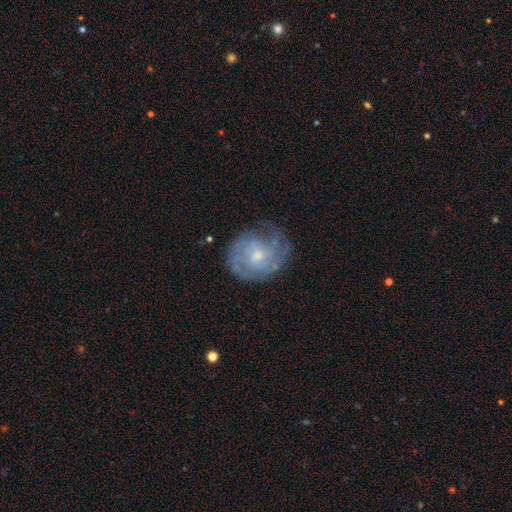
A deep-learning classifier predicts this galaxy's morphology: Smooth or featured?
  - featured or disk: 78% *
  - smooth: 16%
  - star or artifact: 6%
Edge-on disk?
  - no: 98% *
  - yes: 2%
Bar?
  - no: 67% *
  - weak: 30%
  - strong: 4%
Spiral arms?
  - yes: 90% *
  - no: 10%
Spiral winding?
  - tight: 61% *
  - medium: 30%
  - loose: 9%
Spiral arm count?
  - can't tell: 40% *
  - 2: 26%
  - 3: 16%
  - 4: 7%
  - 1: 6%
  - more than 4: 5%
Bulge size?
  - small: 51% *
  - moderate: 42%
  - none: 3%
  - large: 2%
  - dominant: 1%
Merging?
  - none: 67% *
  - minor disturbance: 22%
  - major disturbance: 10%
  - merger: 1%